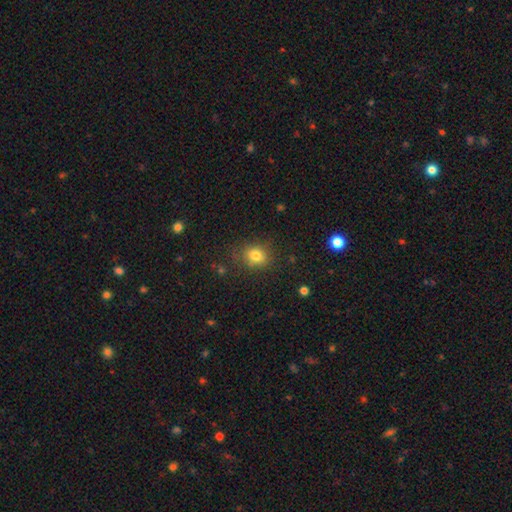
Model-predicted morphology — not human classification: This is likely a smooth galaxy (80%). How rounded: possibly round (59%). Merging: clearly none (81%).